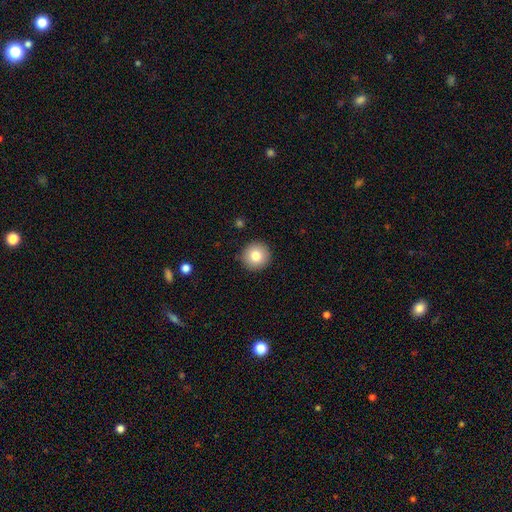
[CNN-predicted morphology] smooth-or-featured: smooth: 80% | featured or disk: 11% | star or artifact: 10%
  how-rounded: round: 95% | in between: 4% | cigar-shaped: 1%
  merging: none: 91% | minor disturbance: 6% | major disturbance: 2% | merger: 1%